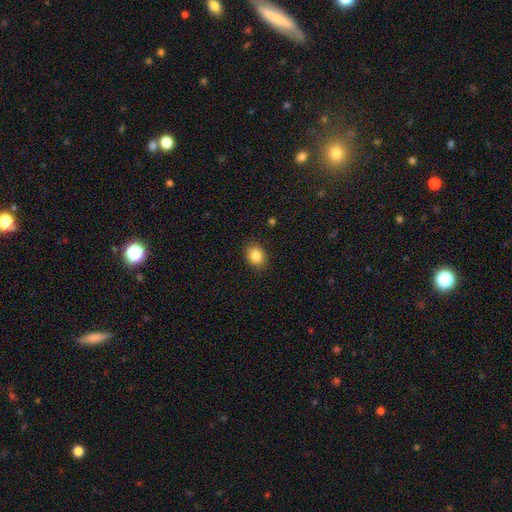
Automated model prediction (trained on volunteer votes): smooth-or-featured: smooth: 85% | star or artifact: 9% | featured or disk: 5%
  how-rounded: in between: 53% | round: 47% | cigar-shaped: 1%
  merging: none: 88% | minor disturbance: 9% | major disturbance: 2% | merger: 1%